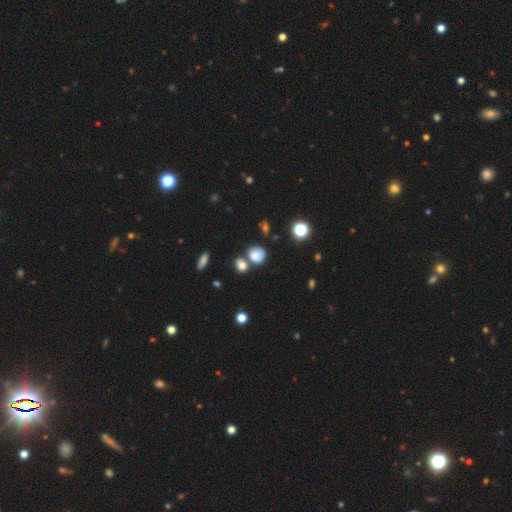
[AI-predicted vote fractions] Smooth or featured: smooth — 80% (star or artifact — 13%)
How rounded: round — 75% (in between — 24%)
Merging: none — 57% (merger — 25%)